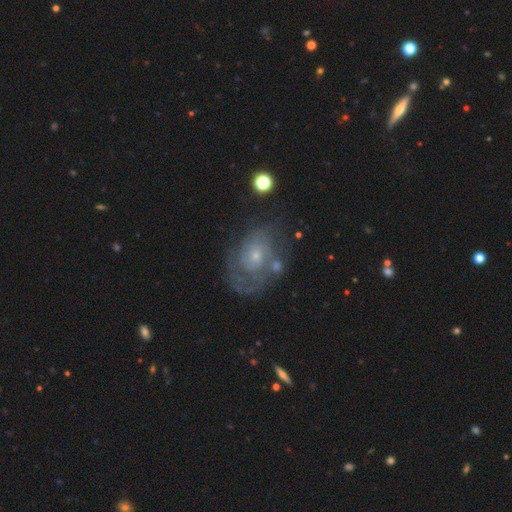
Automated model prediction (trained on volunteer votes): A featured or disk galaxy (70%) with no bar (81%), tight (58%) spiral arms (74%) and a small central bulge (69%).

Vote fractions:
- Smooth or featured? featured or disk: 70% / smooth: 20% / star or artifact: 9%
- Edge-on disk? no: 97% / yes: 3%
- Bar? no: 81% / weak: 16% / strong: 3%
- Spiral arms? yes: 74% / no: 26%
- Spiral winding? tight: 58% / medium: 29% / loose: 13%
- Spiral arm count? can't tell: 51% / 2: 22% / 1: 12% / 3: 8% / 4: 4% / more than 4: 3%
- Bulge size? small: 69% / moderate: 26% / none: 3% / large: 2% / dominant: 1%
- Merging? none: 54% / minor disturbance: 22% / major disturbance: 18% / merger: 6%